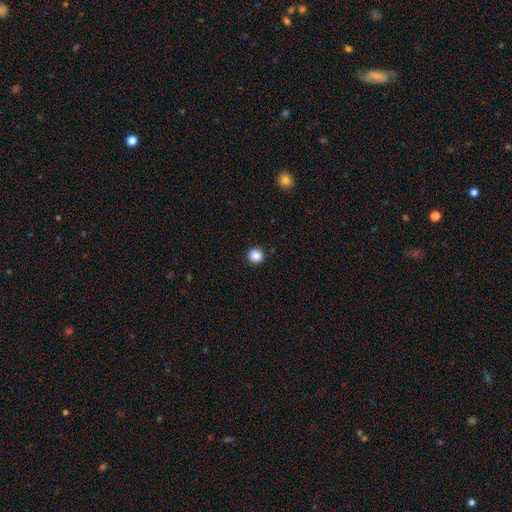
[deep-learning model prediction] Morphology: type=smooth (87%); roundness=round (91%); merging=none (92%).